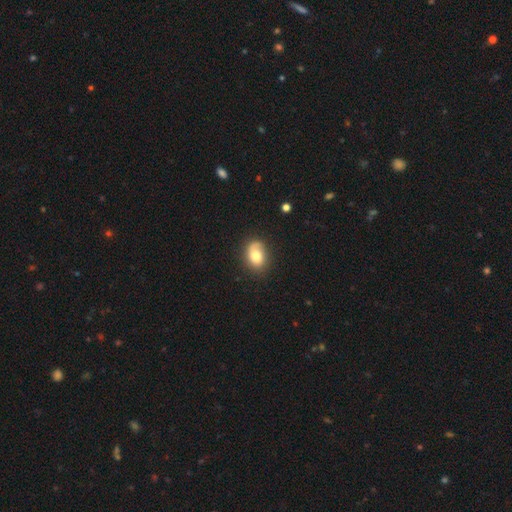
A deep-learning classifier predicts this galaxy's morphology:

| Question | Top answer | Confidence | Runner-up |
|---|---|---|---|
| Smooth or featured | smooth | 69% | featured or disk (22%) |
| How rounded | in between | 69% | round (30%) |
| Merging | none | 68% | minor disturbance (22%) |